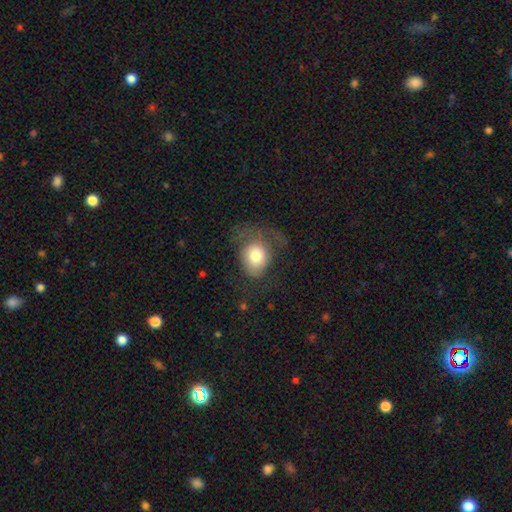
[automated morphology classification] This is likely a smooth galaxy (67%). How rounded: possibly round (56%). Merging: marginally none (38%).